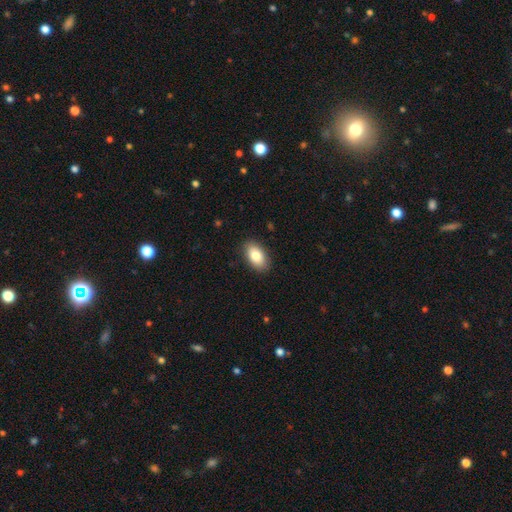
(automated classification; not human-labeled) This appears to be a smooth galaxy with no disk features (82%) that is in between round and cigar-shaped (92%). Merging: none (88%).